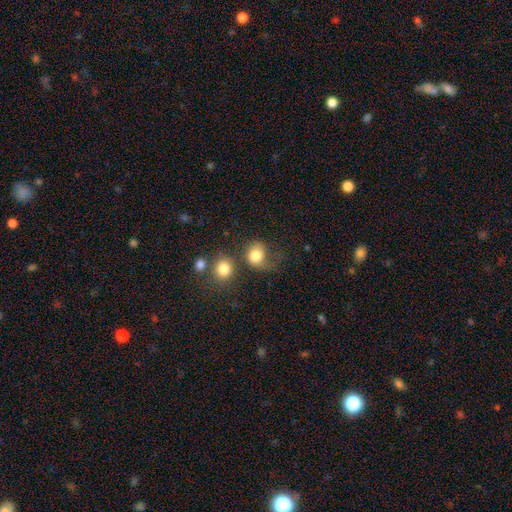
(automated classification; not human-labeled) smooth_or_featured: smooth (p=0.77) [alt: featured or disk p=0.13]
how_rounded: round (p=0.70) [alt: in between p=0.29]
merging: none (p=0.37) [alt: major disturbance p=0.25]